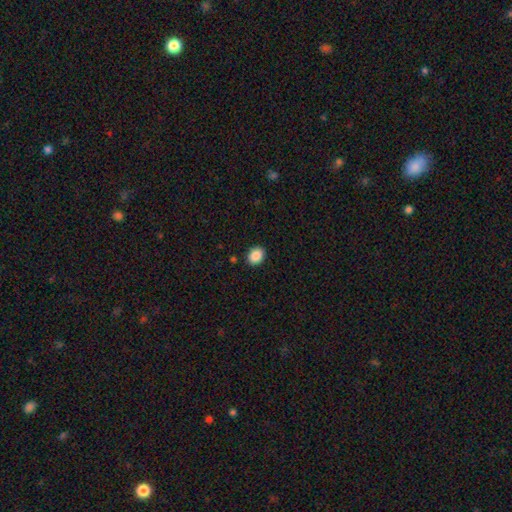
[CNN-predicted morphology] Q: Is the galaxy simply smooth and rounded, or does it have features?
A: smooth — 88%.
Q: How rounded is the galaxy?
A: in between — 56%.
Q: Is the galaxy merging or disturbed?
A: none — 90%.